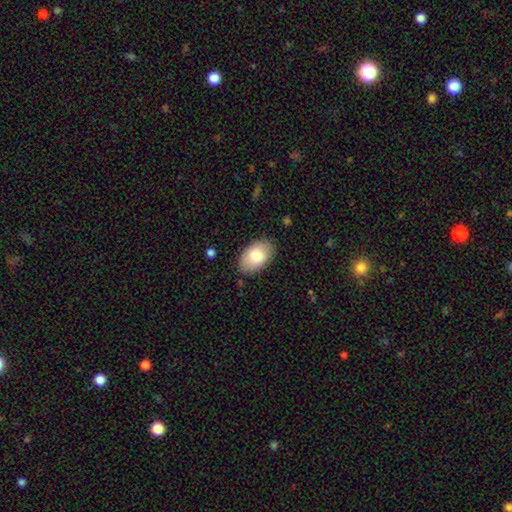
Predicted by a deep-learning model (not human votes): Q: Smooth or featured?
A: smooth (79%); runner-up: featured or disk (15%)
Q: How rounded?
A: in between (92%); runner-up: round (7%)
Q: Merging?
A: none (86%); runner-up: minor disturbance (11%)